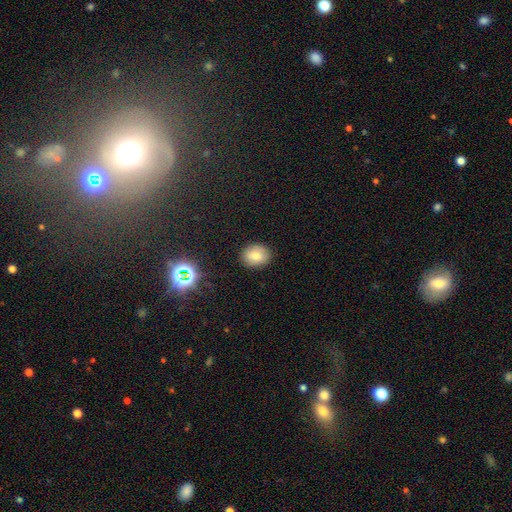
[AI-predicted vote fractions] Smooth or featured?
  - smooth: 74% *
  - featured or disk: 13%
  - star or artifact: 13%
How rounded?
  - round: 51% *
  - in between: 48%
  - cigar-shaped: 1%
Merging?
  - none: 88% *
  - minor disturbance: 9%
  - major disturbance: 2%
  - merger: 1%